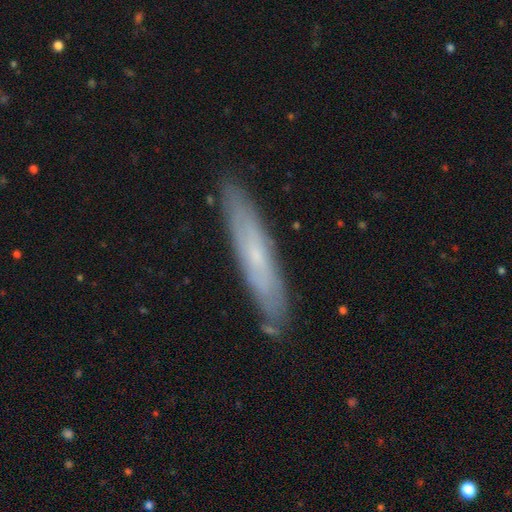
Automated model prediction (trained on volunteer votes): A featured or disk galaxy (52%) viewed edge-on (65%). Merging: none (86%).